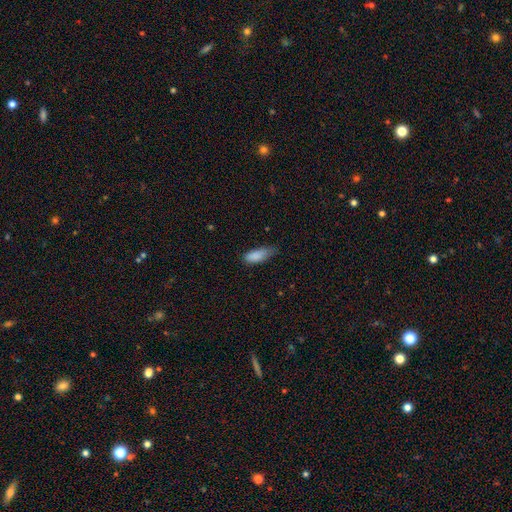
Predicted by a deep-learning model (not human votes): Q: Smooth or featured?
A: smooth (86%); runner-up: star or artifact (8%)
Q: How rounded?
A: in between (75%); runner-up: cigar-shaped (23%)
Q: Merging?
A: none (44%); runner-up: minor disturbance (43%)